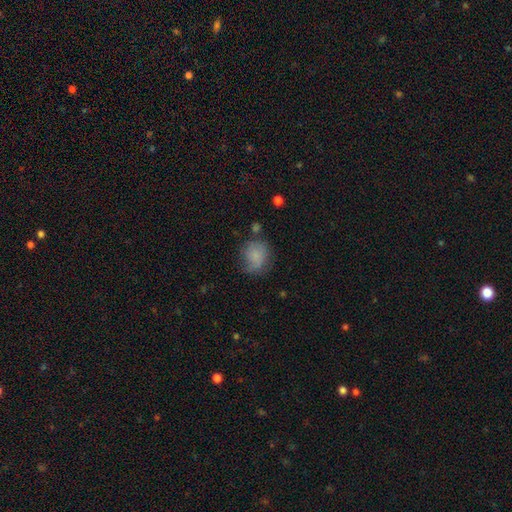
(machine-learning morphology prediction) Smooth or featured: smooth — 77% (featured or disk — 14%)
How rounded: round — 67% (in between — 32%)
Merging: none — 52% (minor disturbance — 30%)